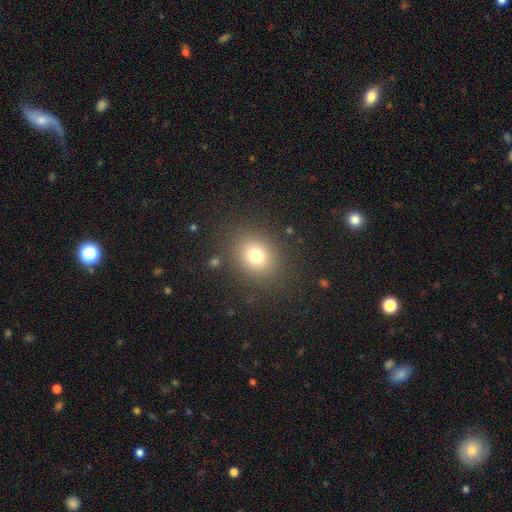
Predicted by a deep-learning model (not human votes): Smooth or featured? smooth (75%)
How rounded? round (64%)
Merging? none (85%)